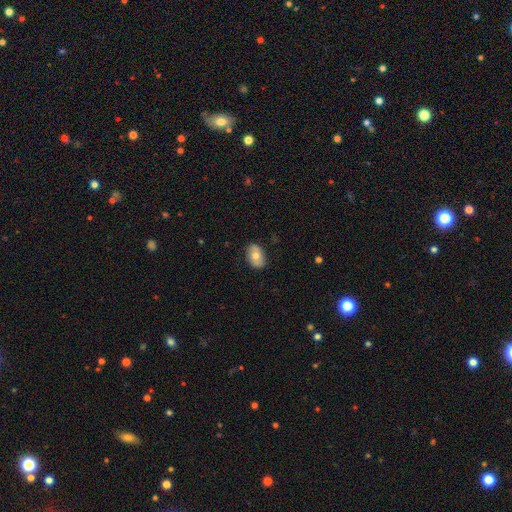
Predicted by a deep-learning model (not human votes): The model was most divided on "smooth or featured": smooth: 67%, featured or disk: 26%, star or artifact: 7%. More confident: how rounded — in between (86%); merging — none (83%).